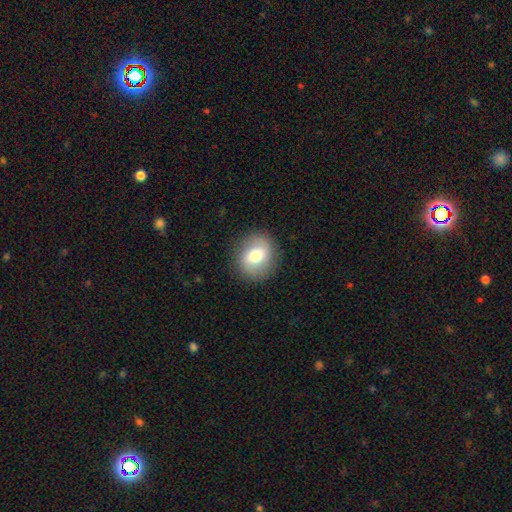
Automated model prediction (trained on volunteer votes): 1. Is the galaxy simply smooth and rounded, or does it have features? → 65% smooth, 26% featured or disk, 8% star or artifact.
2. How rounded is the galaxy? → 68% round, 31% in between, 1% cigar-shaped.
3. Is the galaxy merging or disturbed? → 85% none, 10% minor disturbance, 4% major disturbance, 1% merger.